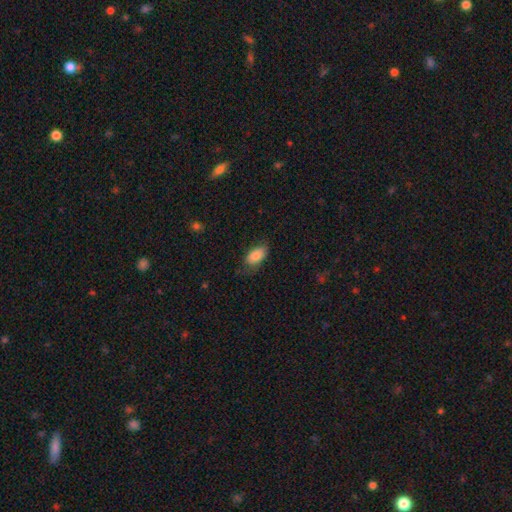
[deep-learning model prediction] smooth 83%, featured or disk 10%, star or artifact 7%. Down the decision tree: how rounded — in between (92%); merging — none (64%).